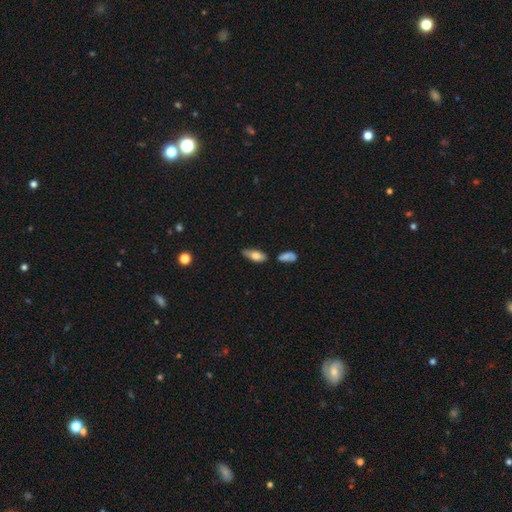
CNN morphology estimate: Smooth or featured? smooth (72%)
How rounded? in between (79%)
Merging? none (69%)